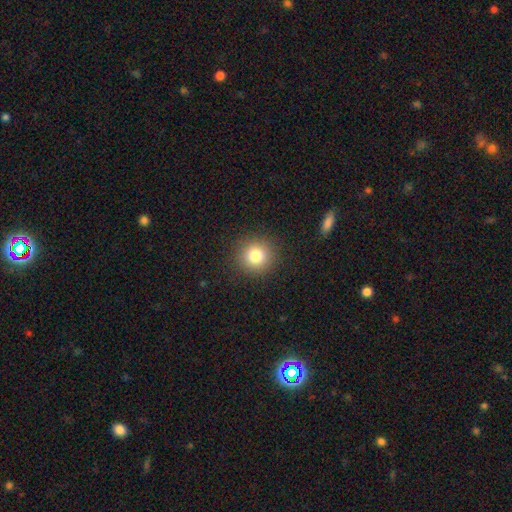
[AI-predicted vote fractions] The model was most divided on "smooth or featured": smooth: 81%, star or artifact: 12%, featured or disk: 7%. More confident: how rounded — round (93%); merging — none (91%).